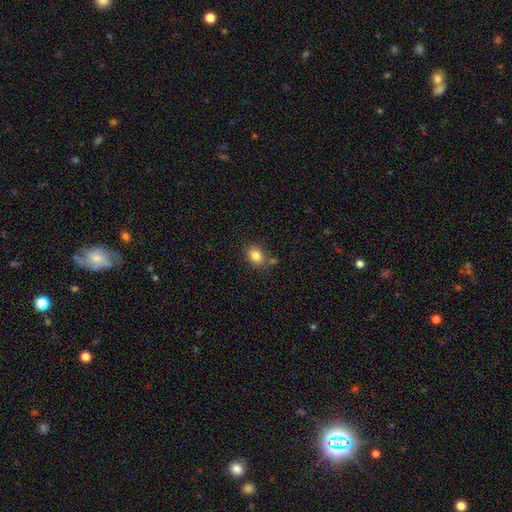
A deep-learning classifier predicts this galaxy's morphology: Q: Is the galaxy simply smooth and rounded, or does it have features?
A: smooth — 84%.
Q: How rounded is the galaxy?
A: in between — 50%.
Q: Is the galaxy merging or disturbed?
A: none — 74%.